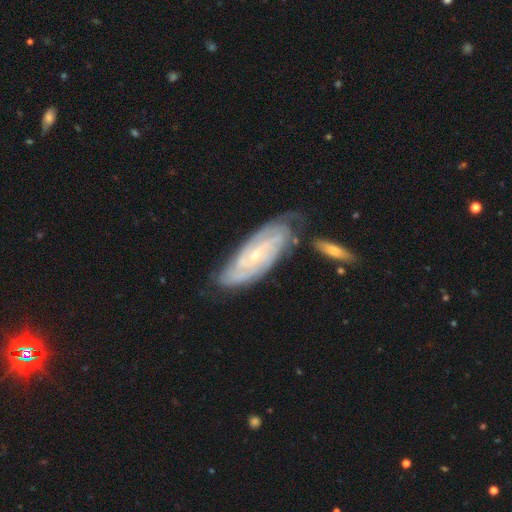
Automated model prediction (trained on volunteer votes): This appears to be a featured or disk galaxy (83%) with no bar (64%), tight (72%) spiral arms (96%) and a small central bulge (80%). Merging: none (62%).